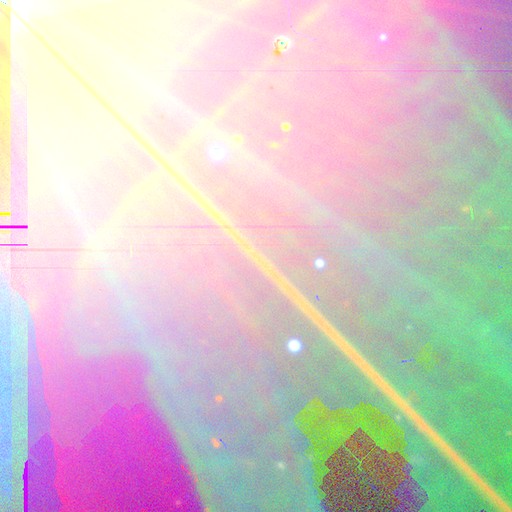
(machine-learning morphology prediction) star or artifact 87%, featured or disk 7%, smooth 5%.